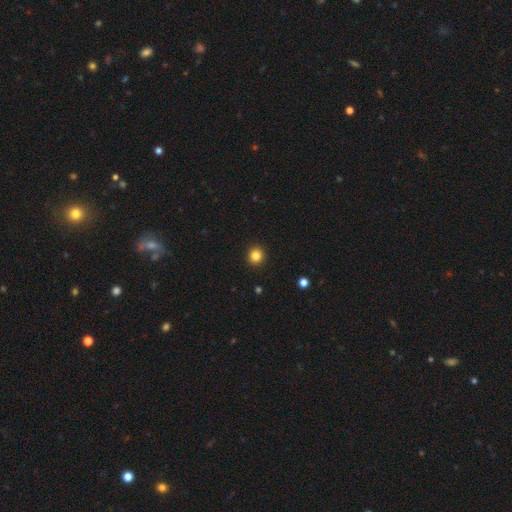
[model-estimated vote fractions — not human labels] Smooth or featured?
  - smooth: 84% *
  - star or artifact: 11%
  - featured or disk: 5%
How rounded?
  - round: 91% *
  - in between: 9%
  - cigar-shaped: 1%
Merging?
  - none: 93% *
  - minor disturbance: 4%
  - major disturbance: 2%
  - merger: 1%